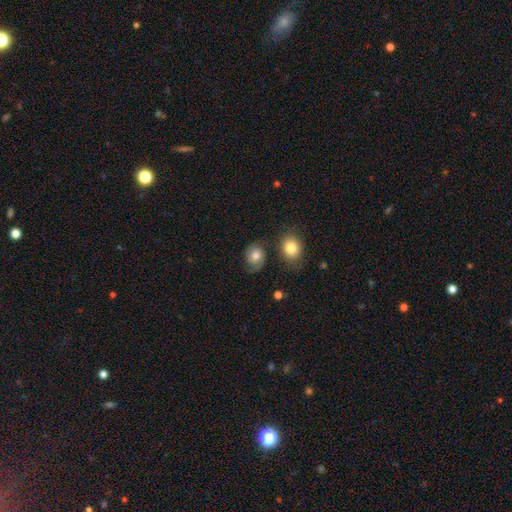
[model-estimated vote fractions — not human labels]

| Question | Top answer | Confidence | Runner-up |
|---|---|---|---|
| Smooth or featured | smooth | 59% | featured or disk (31%) |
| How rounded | round | 57% | in between (42%) |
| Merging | none | 61% | minor disturbance (22%) |